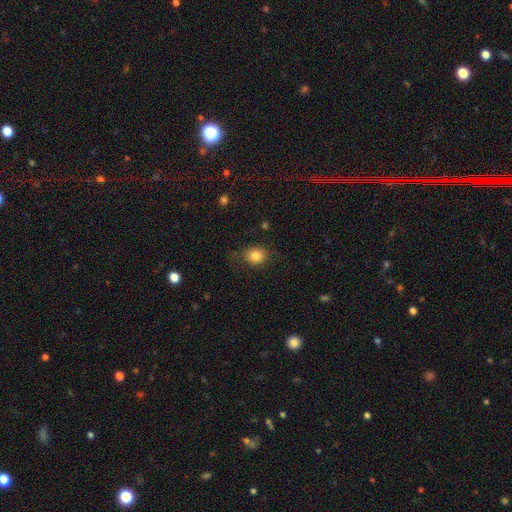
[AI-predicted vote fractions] smooth_or_featured: smooth (p=0.83) [alt: star or artifact p=0.11]
how_rounded: round (p=0.69) [alt: in between p=0.30]
merging: none (p=0.74) [alt: minor disturbance p=0.18]